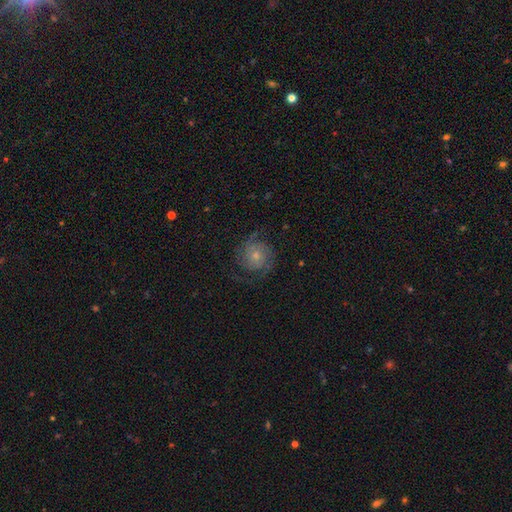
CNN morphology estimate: Smooth or featured?
  - featured or disk: 75% *
  - smooth: 17%
  - star or artifact: 7%
Edge-on disk?
  - no: 98% *
  - yes: 2%
Bar?
  - no: 78% *
  - weak: 19%
  - strong: 3%
Spiral arms?
  - yes: 95% *
  - no: 5%
Spiral winding?
  - medium: 41% * (tied)
  - tight: 41% * (tied)
  - loose: 18%
Spiral arm count?
  - 2: 65% *
  - can't tell: 12%
  - 3: 12%
  - 1: 4%
  - 4: 4%
  - more than 4: 3%
Bulge size?
  - small: 61% *
  - moderate: 31%
  - none: 4%
  - large: 3%
  - dominant: 1%
Merging?
  - none: 73% *
  - minor disturbance: 15%
  - major disturbance: 11%
  - merger: 1%